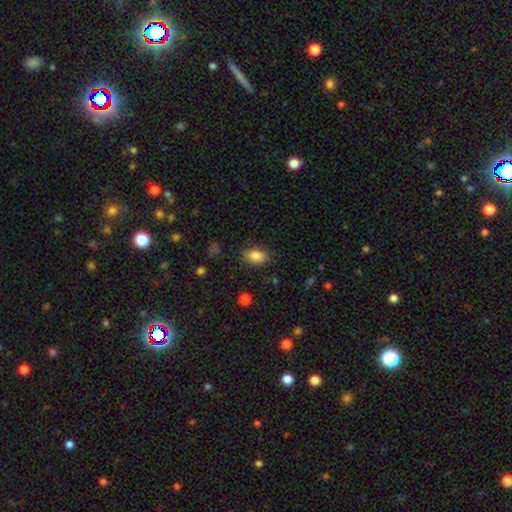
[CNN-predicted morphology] This appears to be a smooth galaxy with no disk features (85%) that is in between round and cigar-shaped (88%). Merging: none (81%).